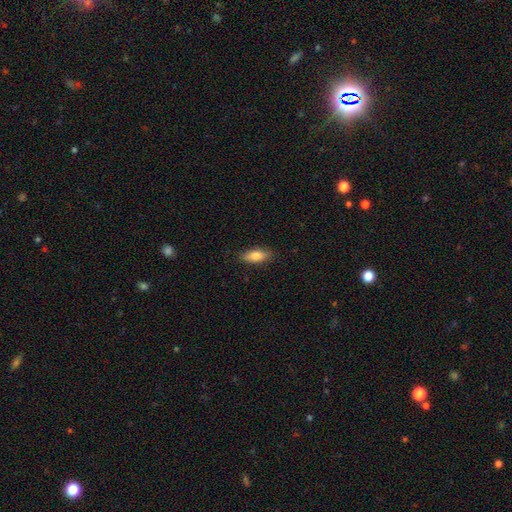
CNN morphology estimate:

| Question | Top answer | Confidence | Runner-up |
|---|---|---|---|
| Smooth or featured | smooth | 82% | featured or disk (12%) |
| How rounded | in between | 78% | cigar-shaped (20%) |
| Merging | none | 86% | minor disturbance (11%) |